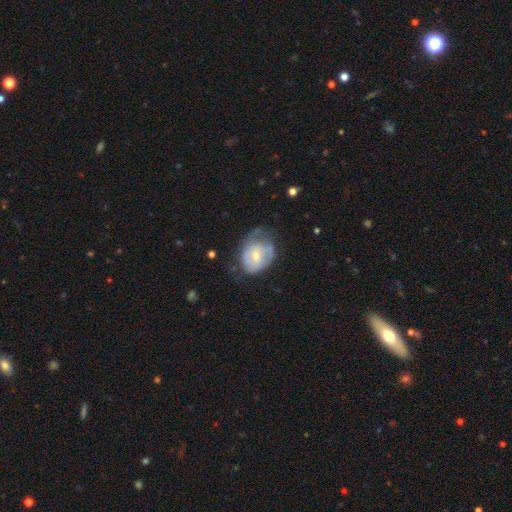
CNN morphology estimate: A featured or disk galaxy (48%). Merging: minor disturbance (36%, tied with none).